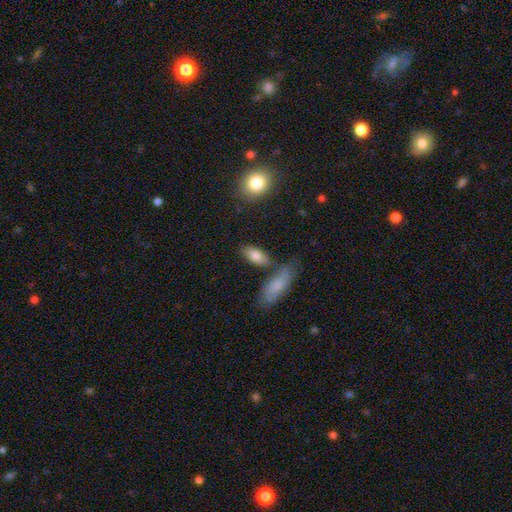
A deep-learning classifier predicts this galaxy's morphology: This appears to be a smooth galaxy with no disk features (79%) that is in between round and cigar-shaped (86%). Merging: none (66%).